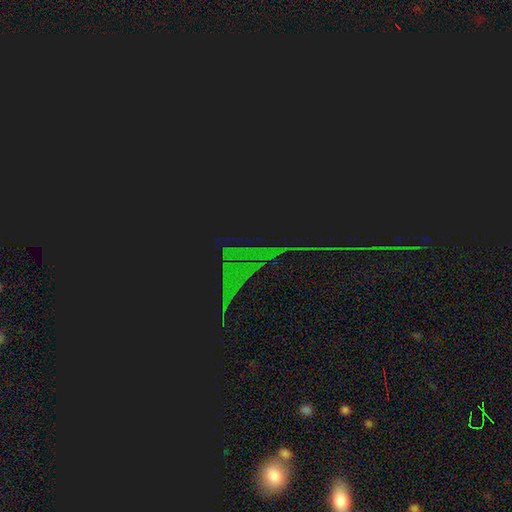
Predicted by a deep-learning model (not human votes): A star or artifact, not a galaxy (84%).